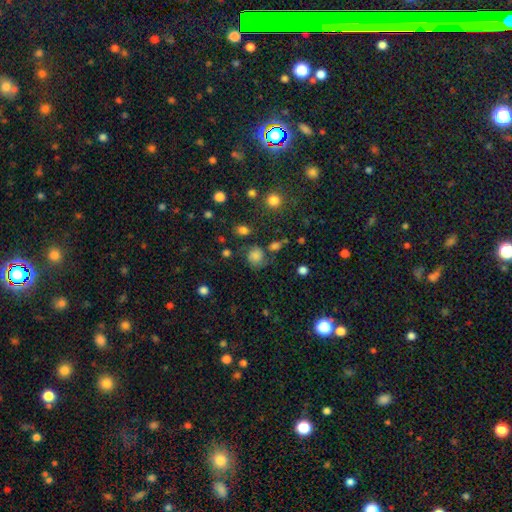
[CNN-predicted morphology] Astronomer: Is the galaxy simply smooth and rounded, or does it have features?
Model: smooth — 70%.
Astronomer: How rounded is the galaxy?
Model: round — 79%.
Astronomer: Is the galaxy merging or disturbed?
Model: none — 57%.